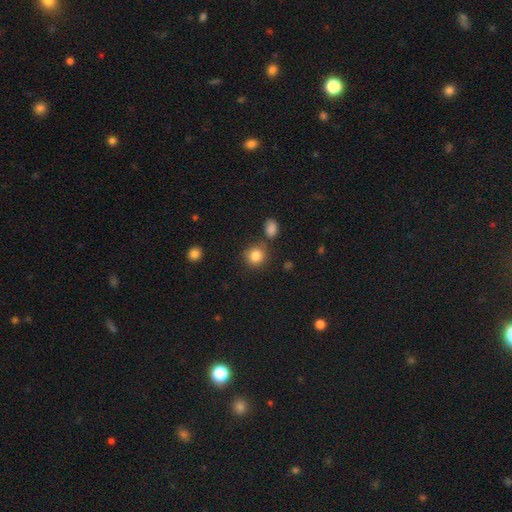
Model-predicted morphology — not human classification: Smooth or featured?
  - smooth: 85% *
  - star or artifact: 10%
  - featured or disk: 5%
How rounded?
  - round: 86% *
  - in between: 13%
  - cigar-shaped: 1%
Merging?
  - none: 76% *
  - minor disturbance: 11%
  - merger: 9%
  - major disturbance: 4%